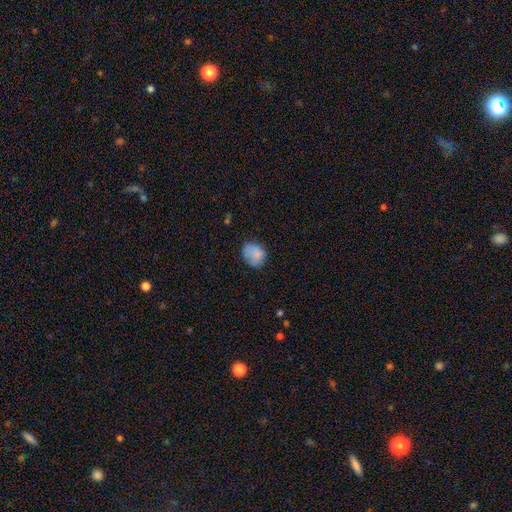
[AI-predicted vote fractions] This appears to be a smooth galaxy with no disk features (79%) that is in between round and cigar-shaped (50%). Merging: none (60%).